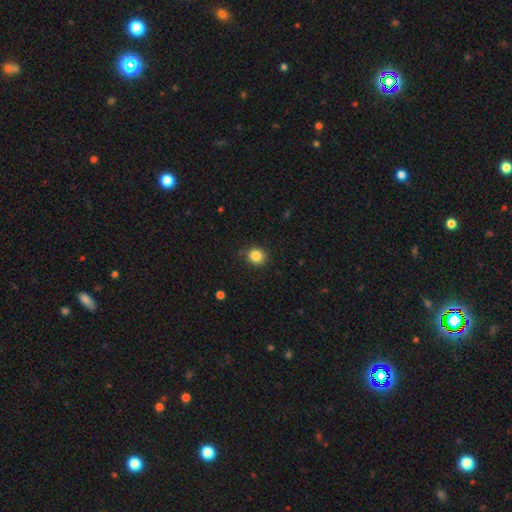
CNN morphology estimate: Smooth or featured? Predicted: smooth (p=0.85). How rounded? Predicted: round (p=0.77). Merging? Predicted: none (p=0.84).